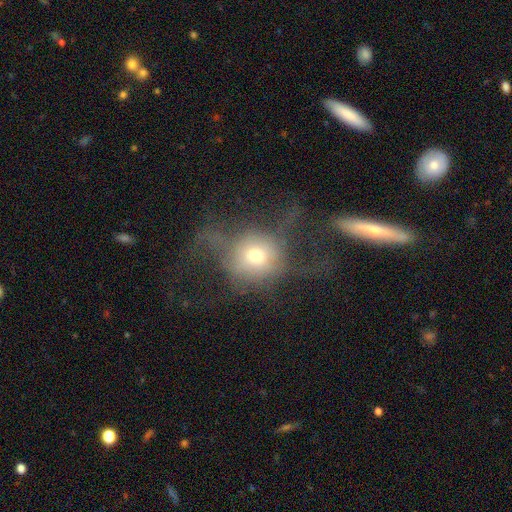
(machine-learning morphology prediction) This is possibly a smooth galaxy (51%). How rounded: clearly round (83%). Merging: possibly major disturbance (49%).